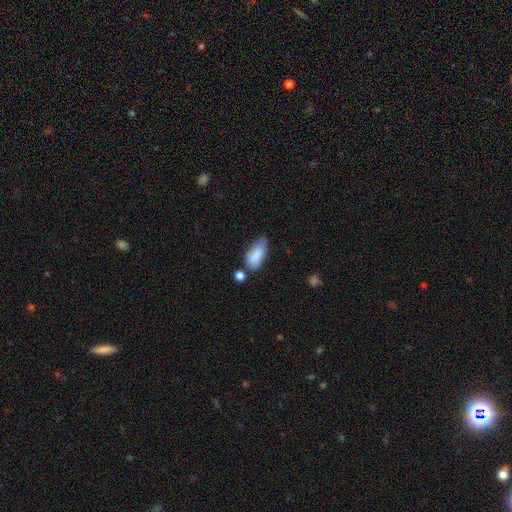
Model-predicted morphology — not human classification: Q: Smooth or featured?
A: smooth (85%); runner-up: featured or disk (8%)
Q: How rounded?
A: in between (91%); runner-up: cigar-shaped (6%)
Q: Merging?
A: minor disturbance (39%); runner-up: none (38%)